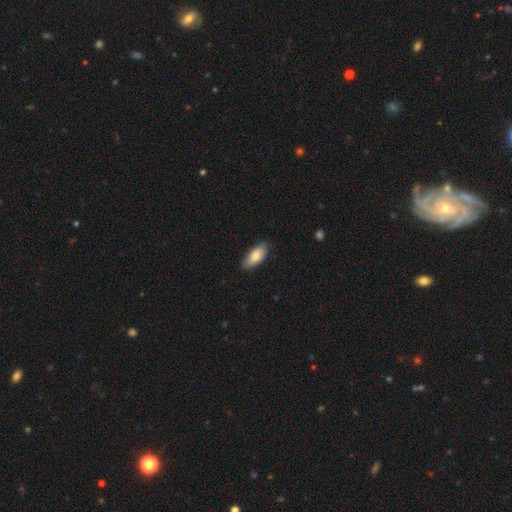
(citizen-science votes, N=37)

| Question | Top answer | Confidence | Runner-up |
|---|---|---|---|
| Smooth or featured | smooth | 68% | featured or disk (30%) |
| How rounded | in between | 92% | cigar-shaped (8%) |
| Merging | none | 75% | minor disturbance (25%) |